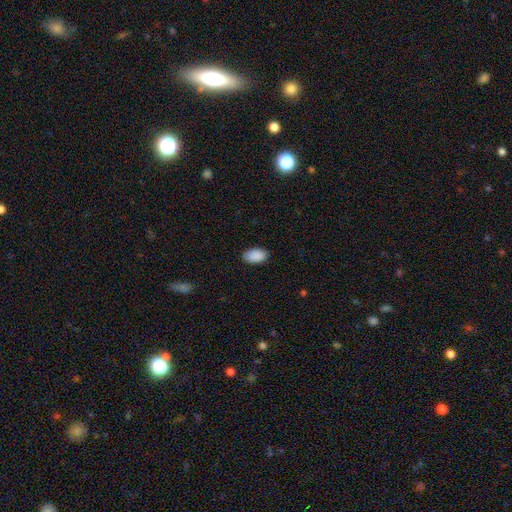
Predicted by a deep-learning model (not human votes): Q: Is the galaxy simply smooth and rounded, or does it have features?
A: smooth — 91%.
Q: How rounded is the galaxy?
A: in between — 94%.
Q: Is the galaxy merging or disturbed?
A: none — 88%.